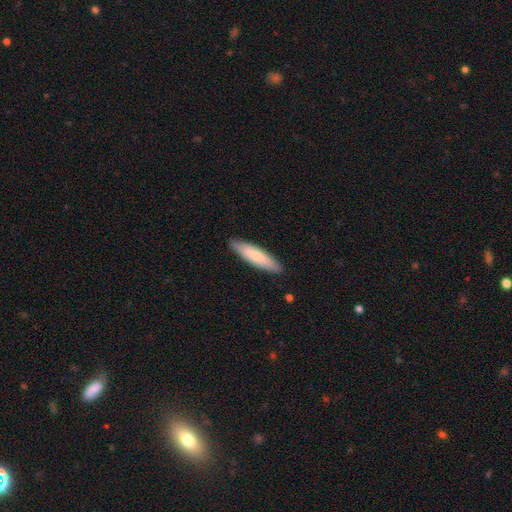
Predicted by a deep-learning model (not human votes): Smooth or featured? Predicted: smooth (p=0.70). How rounded? Predicted: cigar-shaped (p=0.71). Merging? Predicted: none (p=0.87).